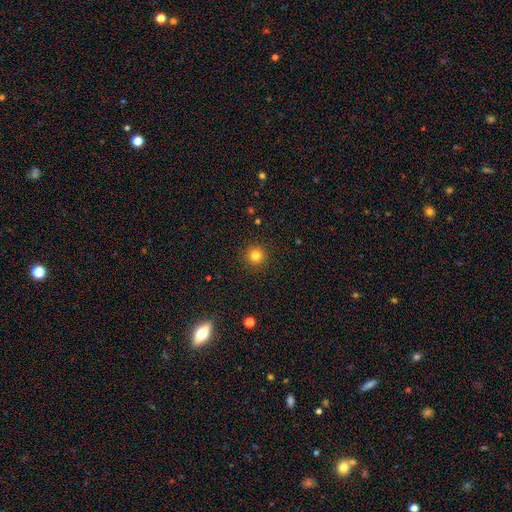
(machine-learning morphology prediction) Smooth or featured? smooth (82%)
How rounded? round (95%)
Merging? none (92%)